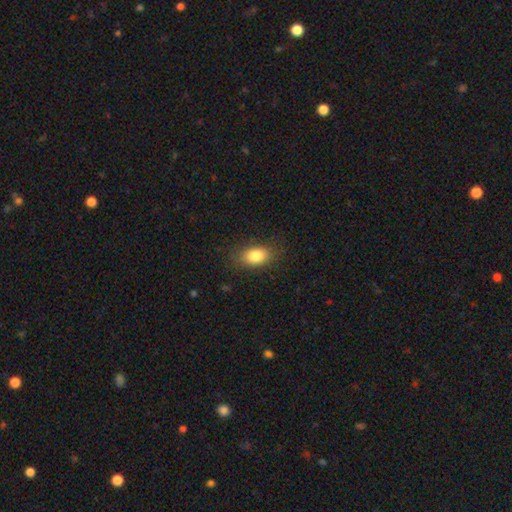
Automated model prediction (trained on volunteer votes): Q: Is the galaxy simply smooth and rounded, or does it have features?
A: smooth — 83%.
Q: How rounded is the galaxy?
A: in between — 87%.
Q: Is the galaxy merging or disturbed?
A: none — 82%.